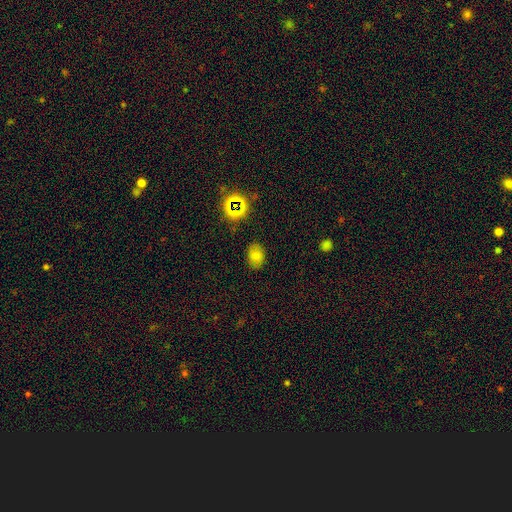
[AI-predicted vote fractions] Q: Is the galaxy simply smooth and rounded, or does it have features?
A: smooth — 73%.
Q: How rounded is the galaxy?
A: in between — 76%.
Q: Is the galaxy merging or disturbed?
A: none — 82%.